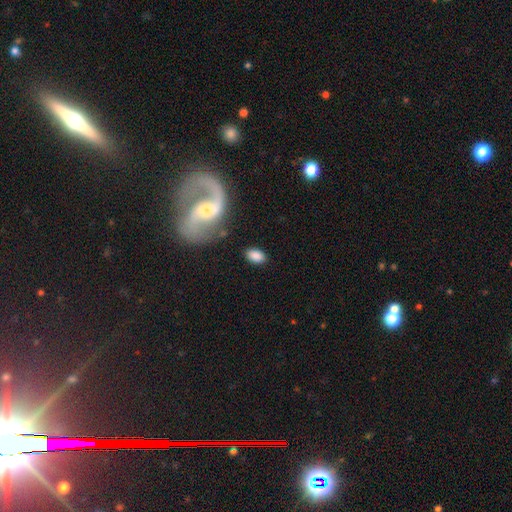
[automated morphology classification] smooth-or-featured: smooth: 82% | featured or disk: 10% | star or artifact: 7%
  how-rounded: in between: 91% | round: 7% | cigar-shaped: 2%
  merging: none: 81% | minor disturbance: 11% | major disturbance: 4% | merger: 4%